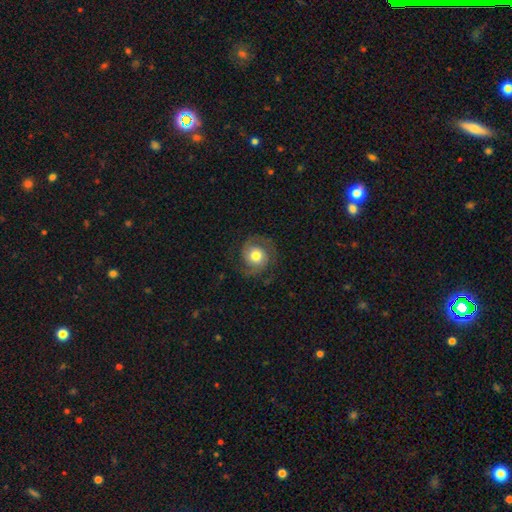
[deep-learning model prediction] Morphology: type=featured or disk (74%); edge-on=no (98%); bar=no (75%); spiral arms=yes (94%); winding=medium (44%); arm count=2 (86%); bulge=moderate (64%); merging=none (76%).